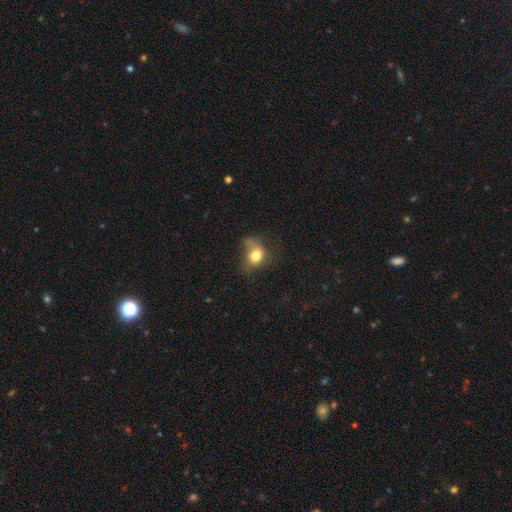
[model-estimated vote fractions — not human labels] Q: Smooth or featured?
A: smooth (75%); runner-up: featured or disk (14%)
Q: How rounded?
A: round (51%); runner-up: in between (48%)
Q: Merging?
A: none (39%); runner-up: minor disturbance (30%)